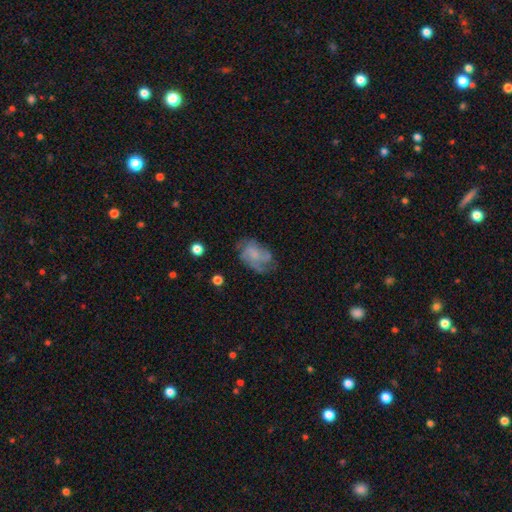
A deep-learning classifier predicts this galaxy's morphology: This is possibly a featured or disk galaxy (55%). It is clearly not viewed edge-on (97%). Bar: likely no (75%). Spiral arm pattern: likely yes (75%). Central bulge: marginally none (39%). Merging: possibly none (53%).